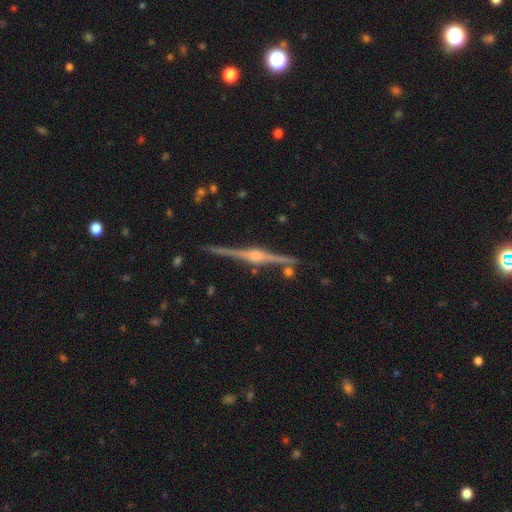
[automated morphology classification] Smooth or featured?
  - featured or disk: 90% *
  - star or artifact: 5%
  - smooth: 5%
Edge-on disk?
  - yes: 99% *
  - no: 1%
Edge-on bulge?
  - rounded: 90% *
  - boxy: 6%
  - none: 4%
Merging?
  - none: 88% *
  - minor disturbance: 8%
  - merger: 3%
  - major disturbance: 2%